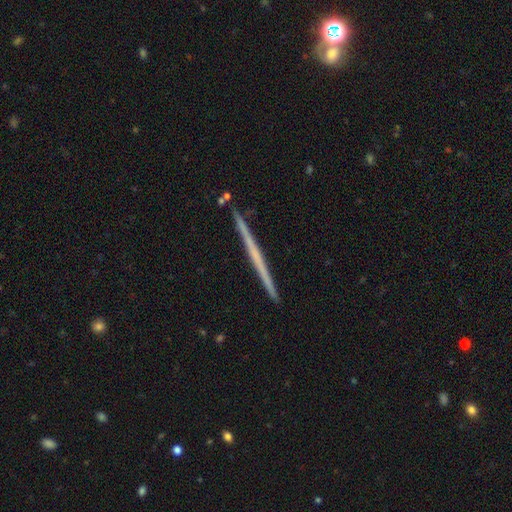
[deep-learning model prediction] This is likely a featured or disk galaxy (64%). It is clearly viewed edge-on (98%). Edge-on bulge: likely none (78%). Merging: clearly none (91%).